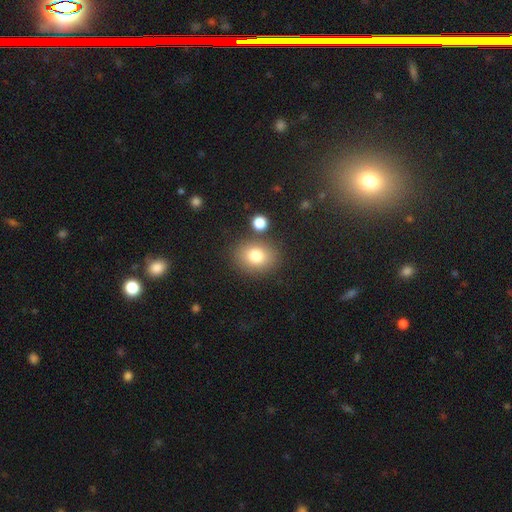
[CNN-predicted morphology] Smooth or featured? Predicted: smooth (p=0.79). How rounded? Predicted: round (p=0.52). Merging? Predicted: none (p=0.80).